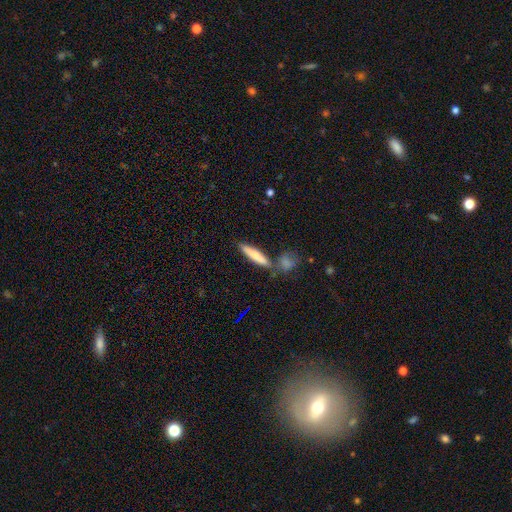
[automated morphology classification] smooth_or_featured: smooth (p=0.76) [alt: featured or disk p=0.18]
how_rounded: cigar-shaped (p=0.86) [alt: in between p=0.12]
merging: none (p=0.70) [alt: merger p=0.14]